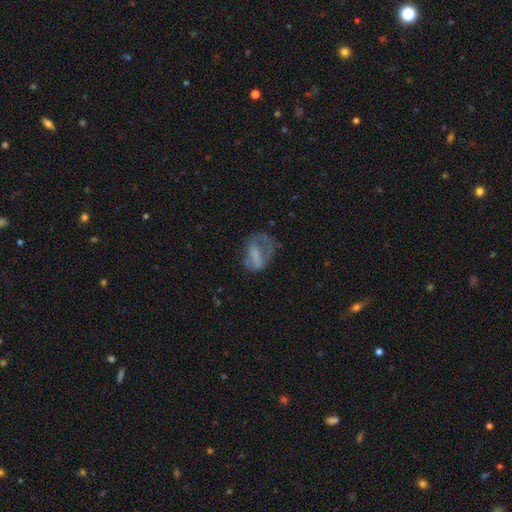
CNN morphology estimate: This is possibly a smooth galaxy (50%). Merging: marginally major disturbance (41%).